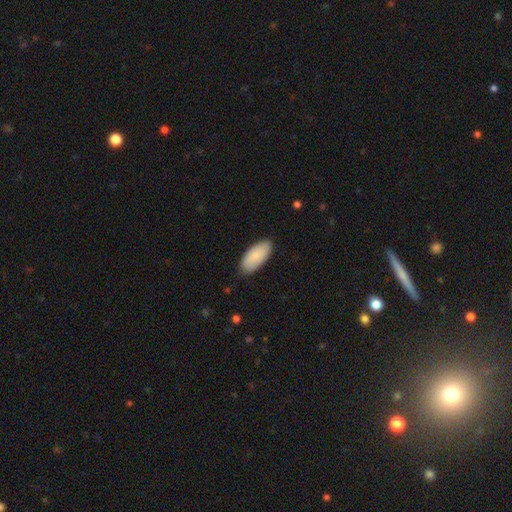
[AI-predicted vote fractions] smooth 86%, featured or disk 9%, star or artifact 5%. Down the decision tree: how rounded — in between (92%); merging — none (83%).